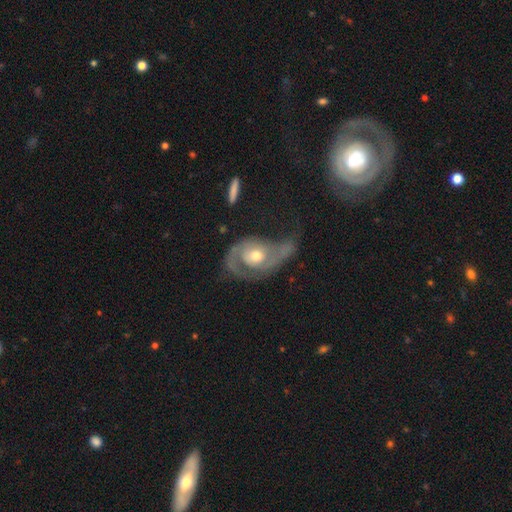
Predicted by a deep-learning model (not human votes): smooth-or-featured: featured or disk: 82% | smooth: 13% | star or artifact: 6%
  disk-edge-on: no: 96% | yes: 4%
    bar: no: 74% | weak: 21% | strong: 5%
    has-spiral-arms: yes: 87% | no: 13%
      spiral-winding: medium: 39% | tight: 36% | loose: 24%
      spiral-arm-count: 2: 52% | 1: 31% | can't tell: 11% | 3: 3% | 4: 1% | more than 4: 1%
    bulge-size: moderate: 70% | small: 20% | large: 8% | none: 1% | dominant: 1%
  merging: major disturbance: 40% | none: 33% | minor disturbance: 21% | merger: 6%